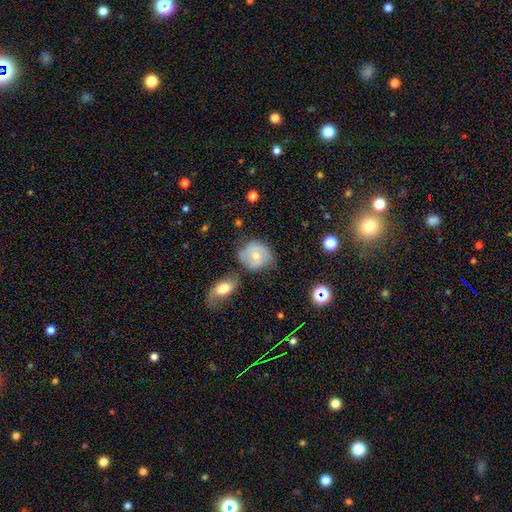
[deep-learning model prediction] A smooth galaxy with no disk features (49%).

Vote fractions:
- Smooth or featured? smooth: 49% / featured or disk: 43% / star or artifact: 8%
- Merging? none: 51% / minor disturbance: 27% / merger: 12% / major disturbance: 10%